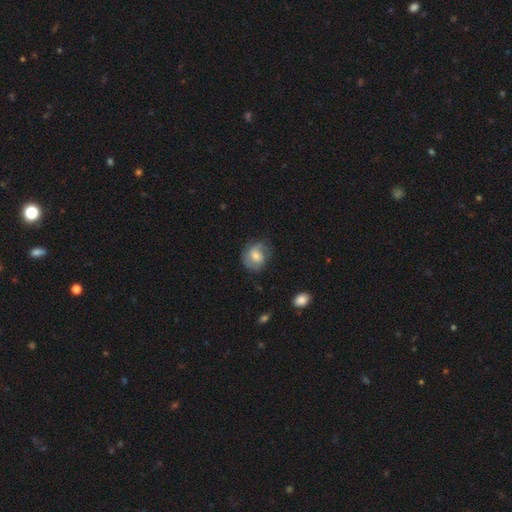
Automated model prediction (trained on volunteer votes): Smooth or featured: featured or disk — 49% (smooth — 43%)
Merging: none — 63% (minor disturbance — 24%)